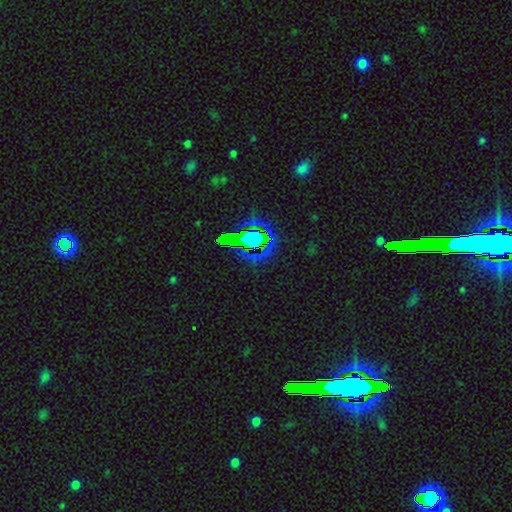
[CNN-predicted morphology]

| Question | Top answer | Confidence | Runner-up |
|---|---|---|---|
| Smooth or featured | star or artifact | 69% | smooth (16%) |